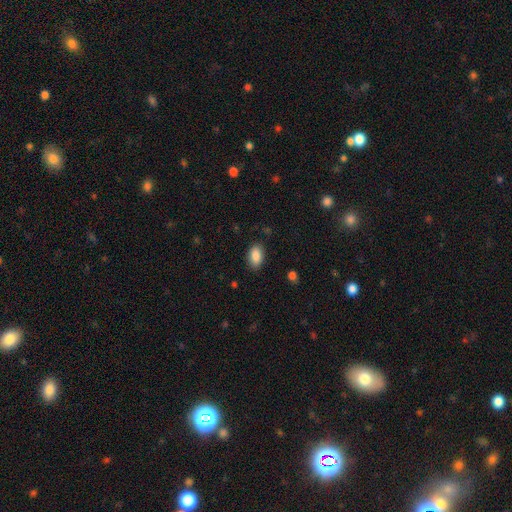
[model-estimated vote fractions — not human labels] Morphology: type=smooth (88%); roundness=in between (92%); merging=none (85%).